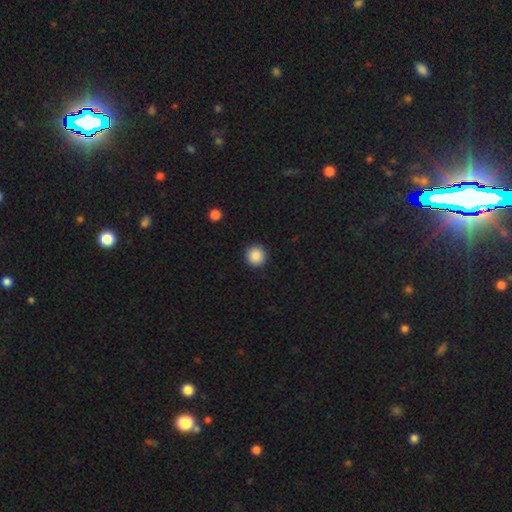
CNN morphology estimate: Smooth or featured? smooth (88%)
How rounded? round (95%)
Merging? none (92%)